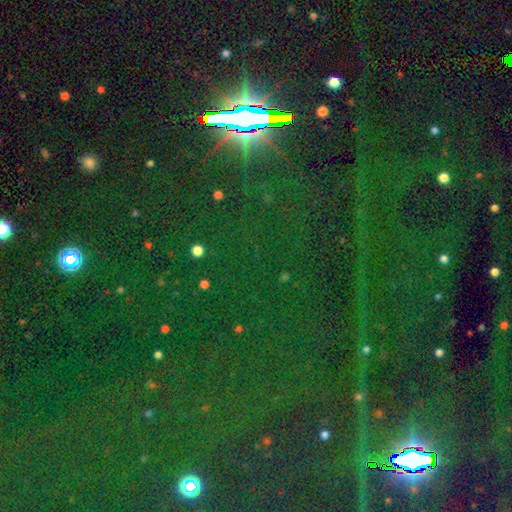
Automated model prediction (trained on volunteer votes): Smooth or featured?
  - star or artifact: 83% *
  - smooth: 9%
  - featured or disk: 8%